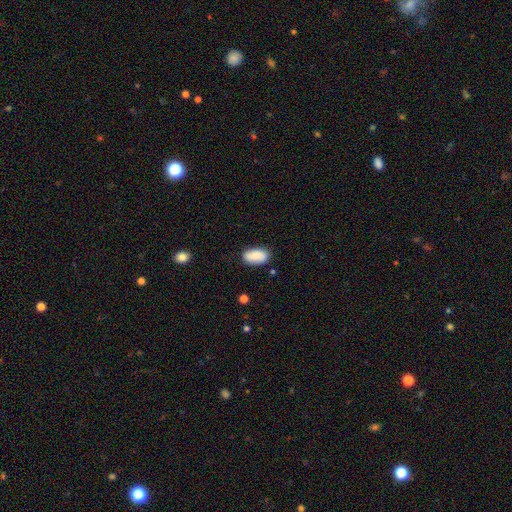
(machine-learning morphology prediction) A smooth galaxy with no disk features (80%) that is in between round and cigar-shaped (93%).

Vote fractions:
- Smooth or featured? smooth: 80% / featured or disk: 13% / star or artifact: 7%
- How rounded? in between: 93% / round: 5% / cigar-shaped: 2%
- Merging? none: 80% / minor disturbance: 14% / major disturbance: 3% / merger: 2%